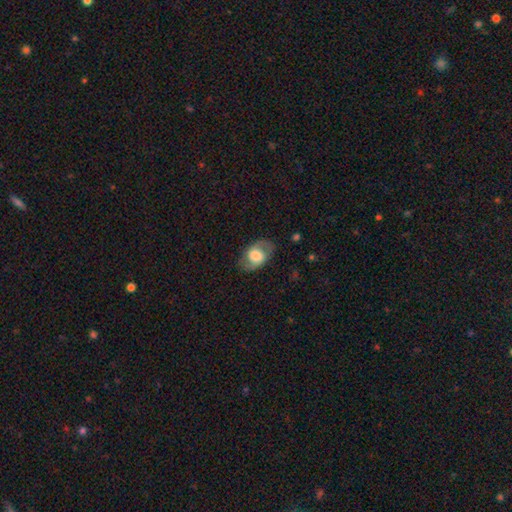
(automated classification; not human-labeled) This is possibly a smooth galaxy (52%). How rounded: clearly in between (84%). Merging: likely none (76%).